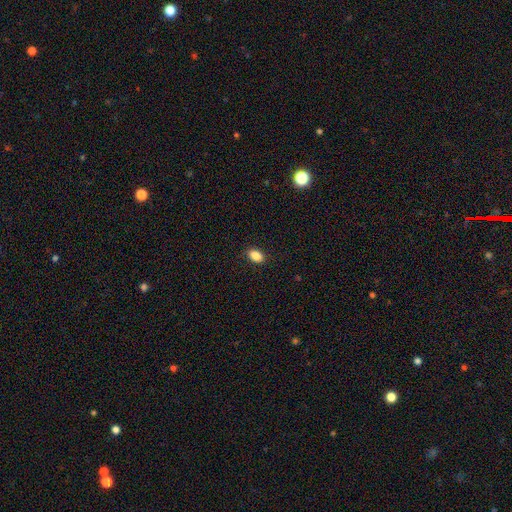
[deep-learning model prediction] Smooth or featured: smooth — 87% (star or artifact — 9%)
How rounded: in between — 84% (round — 14%)
Merging: none — 87% (minor disturbance — 9%)